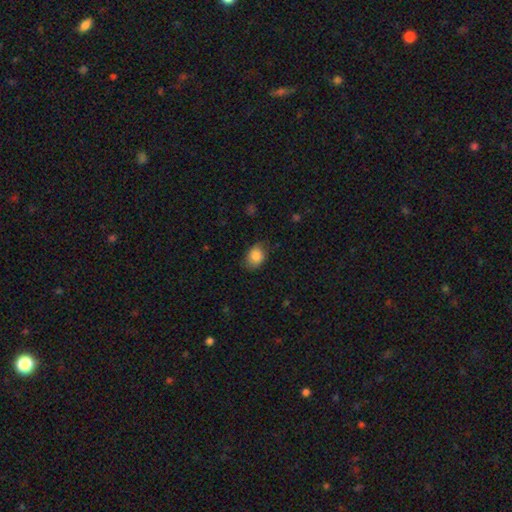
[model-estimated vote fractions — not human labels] Smooth or featured: smooth — 86% (star or artifact — 8%)
How rounded: in between — 67% (round — 32%)
Merging: none — 73% (minor disturbance — 21%)